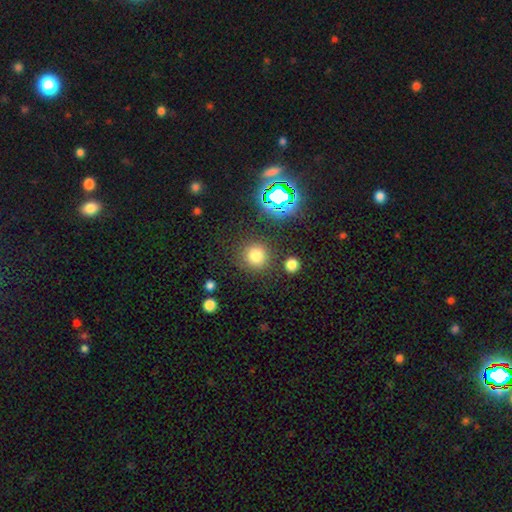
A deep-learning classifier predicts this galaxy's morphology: type=smooth (74%); roundness=round (92%); merging=none (84%).